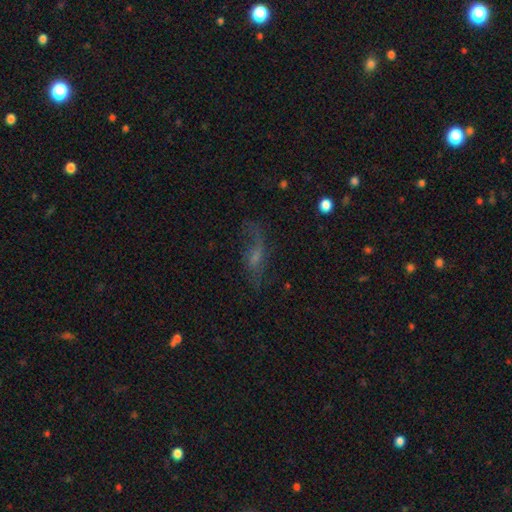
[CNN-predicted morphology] featured or disk 57%, smooth 27%, star or artifact 16%. Down the decision tree: edge-on disk — no (84%); merging — none (55%).